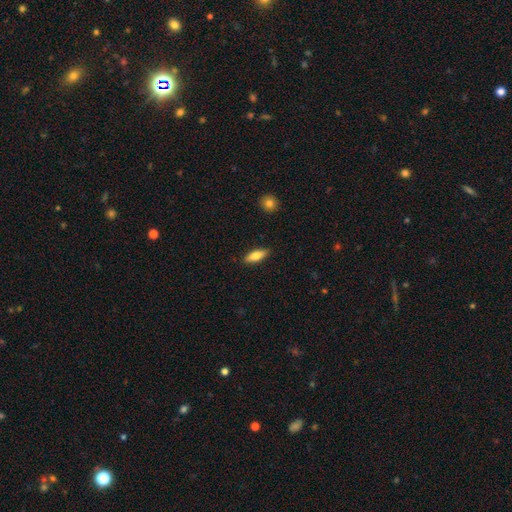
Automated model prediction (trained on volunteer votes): This is likely a smooth galaxy (75%). How rounded: likely in between (66%). Merging: clearly none (88%).